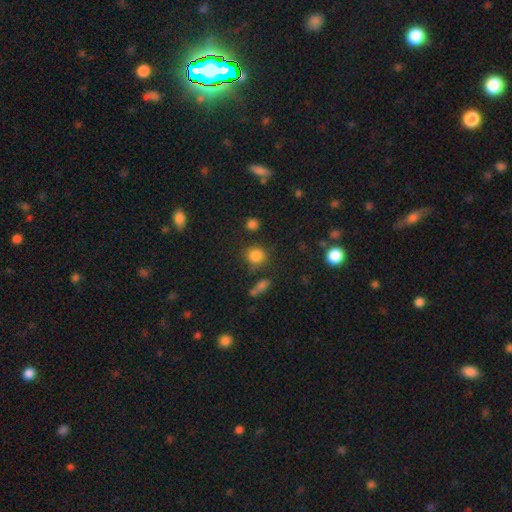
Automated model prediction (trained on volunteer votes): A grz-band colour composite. It shows a smooth galaxy with no disk features (81%) that is round (87%). Merging: none (77%).